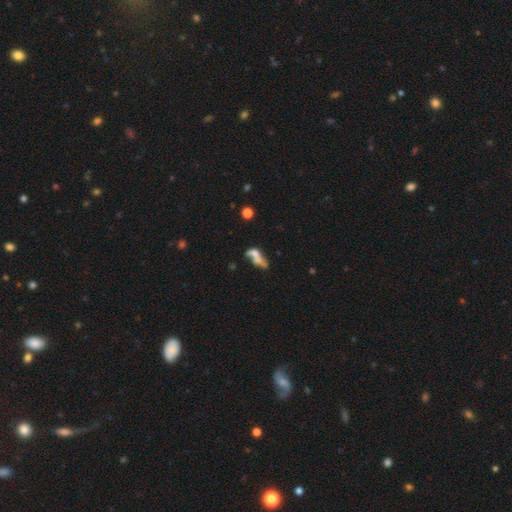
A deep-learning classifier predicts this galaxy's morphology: This appears to be a smooth galaxy with no disk features (48%). Merging: merger (45%).